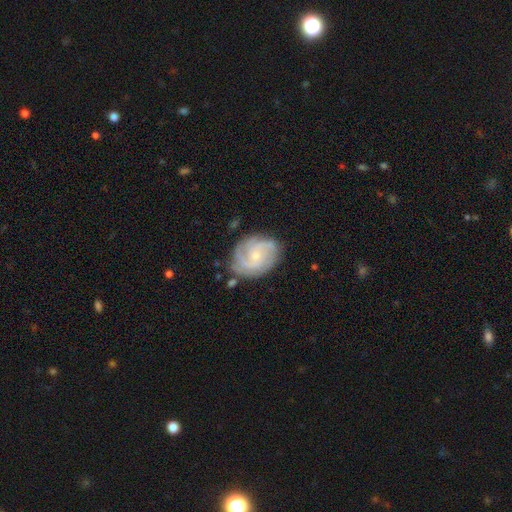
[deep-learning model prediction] Smooth or featured? featured or disk (82%)
Edge-on disk? no (98%)
Bar? no (64%)
Spiral arms? yes (96%)
Spiral winding? tight (52%)
Spiral arm count? 3 (35%)
Bulge size? small (71%)
Merging? none (74%)